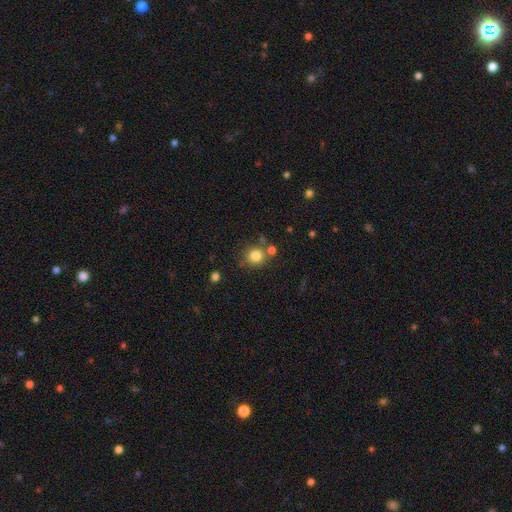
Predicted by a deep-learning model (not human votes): This appears to be a smooth galaxy with no disk features (81%) that is round (89%). Merging: none (71%).